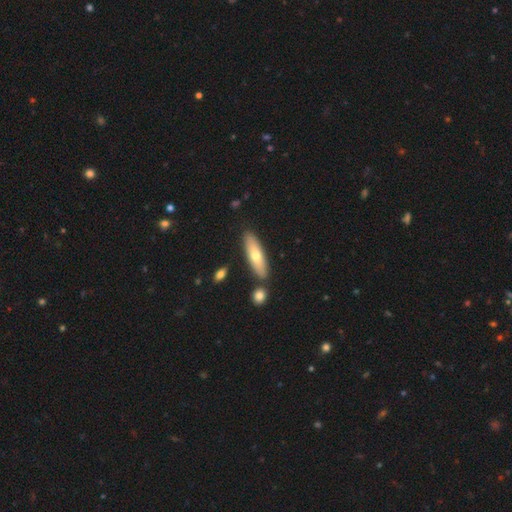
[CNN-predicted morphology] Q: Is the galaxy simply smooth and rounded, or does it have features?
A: smooth — 59%.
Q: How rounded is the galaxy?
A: cigar-shaped — 61%.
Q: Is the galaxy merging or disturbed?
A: none — 82%.